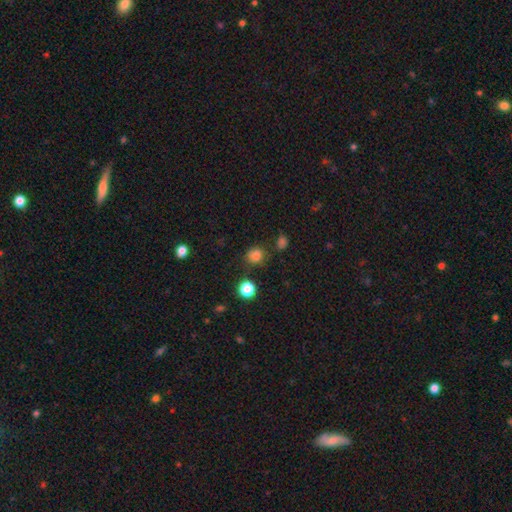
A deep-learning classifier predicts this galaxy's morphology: This is likely a smooth galaxy (79%). How rounded: clearly round (80%). Merging: likely none (75%).